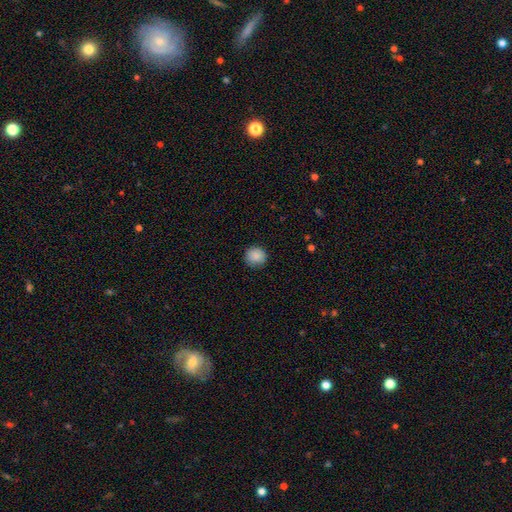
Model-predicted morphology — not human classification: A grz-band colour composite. It shows a smooth galaxy with no disk features (88%) that is round (91%). Merging: none (86%).